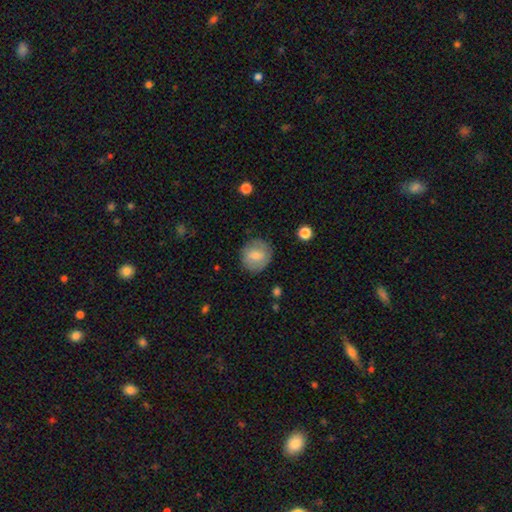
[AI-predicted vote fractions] smooth_or_featured: smooth (p=0.74) [alt: featured or disk p=0.19]
how_rounded: round (p=0.86) [alt: in between p=0.13]
merging: none (p=0.84) [alt: minor disturbance p=0.12]